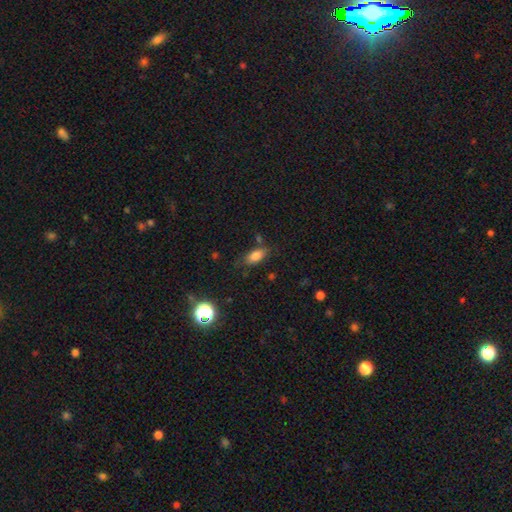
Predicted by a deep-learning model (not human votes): Smooth or featured? Predicted: smooth (p=0.81). How rounded? Predicted: in between (p=0.85). Merging? Predicted: none (p=0.73).